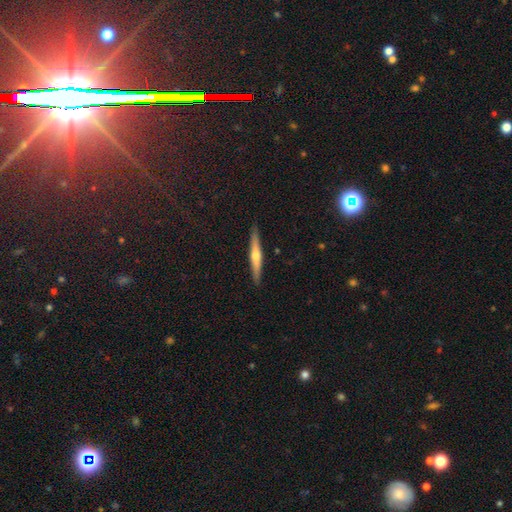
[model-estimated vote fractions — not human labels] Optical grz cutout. It shows a featured or disk galaxy (58%) viewed edge-on (96%) with a rounded central bulge (84%). Merging: none (90%).